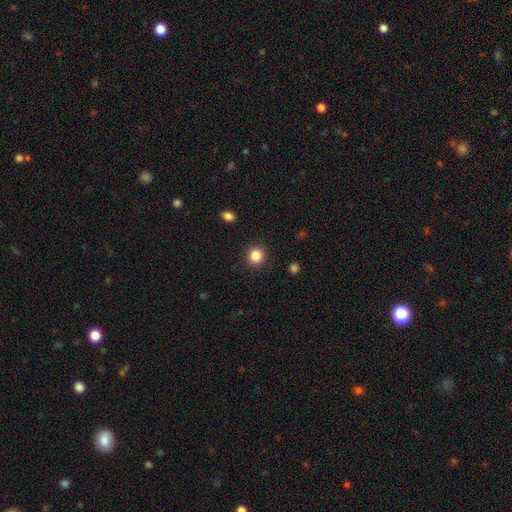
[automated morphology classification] A smooth galaxy with no disk features (85%) that is round (91%).

Vote fractions:
- Smooth or featured? smooth: 85% / star or artifact: 11% / featured or disk: 4%
- How rounded? round: 91% / in between: 8% / cigar-shaped: 1%
- Merging? none: 91% / minor disturbance: 6% / major disturbance: 2% / merger: 1%